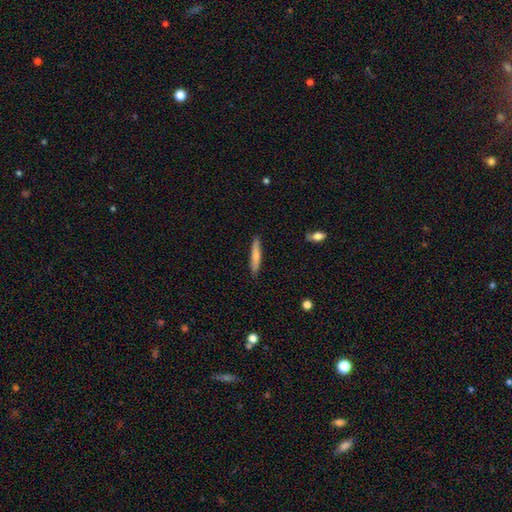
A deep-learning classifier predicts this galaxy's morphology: This appears to be a smooth galaxy with no disk features (74%) that is cigar-shaped (92%). Merging: none (89%).